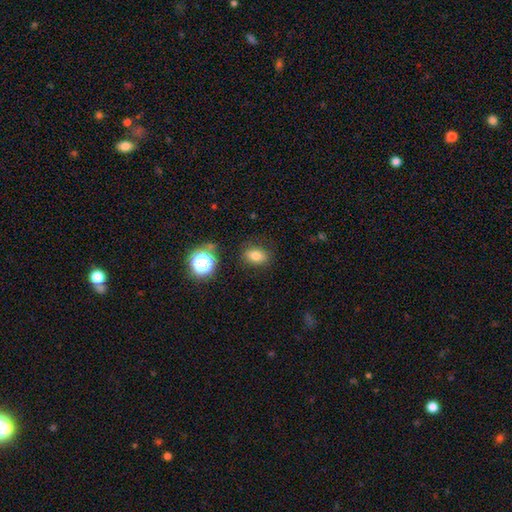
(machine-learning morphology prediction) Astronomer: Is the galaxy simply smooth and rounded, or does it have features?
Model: smooth — 76%.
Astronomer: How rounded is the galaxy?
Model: in between — 69%.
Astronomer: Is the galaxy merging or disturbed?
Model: none — 82%.